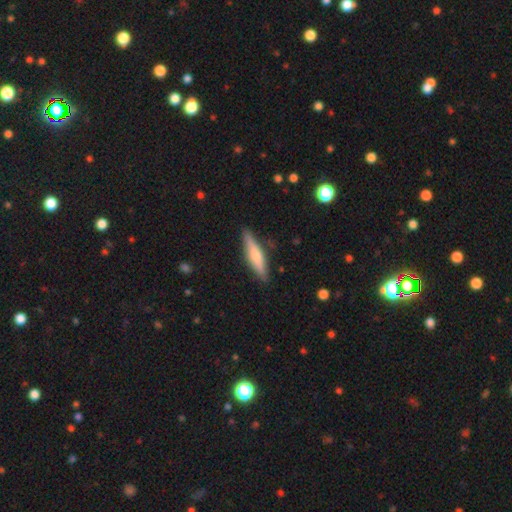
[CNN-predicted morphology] Smooth or featured?
  - smooth: 58% *
  - featured or disk: 36%
  - star or artifact: 6%
How rounded?
  - cigar-shaped: 82% *
  - in between: 16%
  - round: 2%
Merging?
  - none: 85% *
  - minor disturbance: 11%
  - major disturbance: 2%
  - merger: 2%